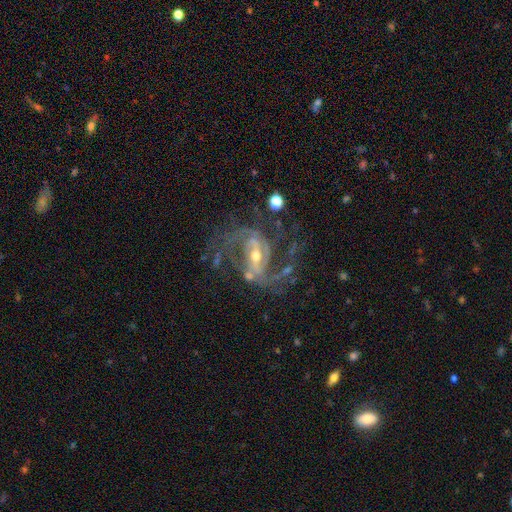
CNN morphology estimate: Overall: featured or disk (90%). Edge-on disk: no (97%). Bar: strong (50%; weak 36%). Spiral arms: yes (97%). Spiral arm count: 2 (74%). Spiral winding: medium (55%; loose 30%). Bulge size: small (55%; moderate 40%). Merging: none (59%; major disturbance 20%).